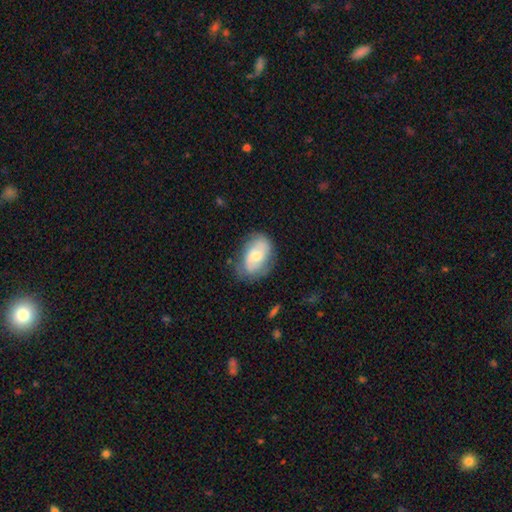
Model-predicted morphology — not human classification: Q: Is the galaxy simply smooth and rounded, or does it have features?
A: featured or disk — 51%.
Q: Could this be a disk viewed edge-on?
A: no — 96%.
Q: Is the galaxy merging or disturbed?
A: none — 67%.